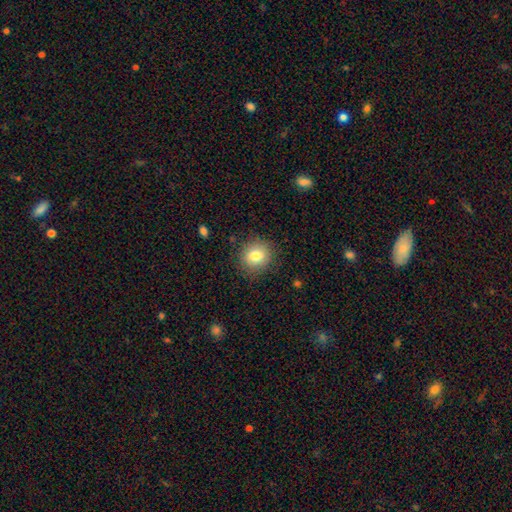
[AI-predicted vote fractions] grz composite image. It shows a smooth galaxy with no disk features (80%) that is round (78%). Merging: none (84%).